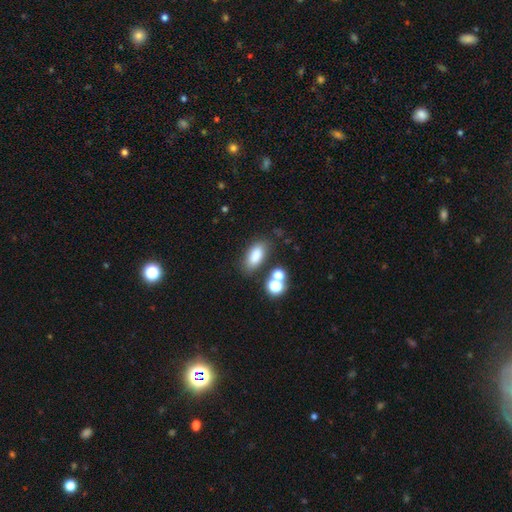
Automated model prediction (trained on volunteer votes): Smooth or featured: smooth — 82% (star or artifact — 11%)
How rounded: in between — 87% (cigar-shaped — 7%)
Merging: none — 72% (minor disturbance — 13%)